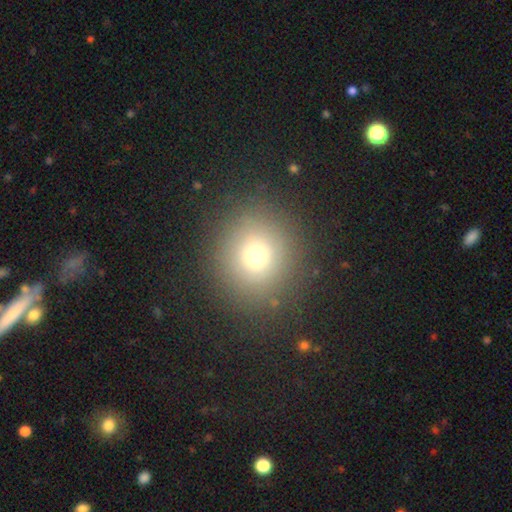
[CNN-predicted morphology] Overall: smooth (70%). How rounded: round (89%). Merging: none (86%).